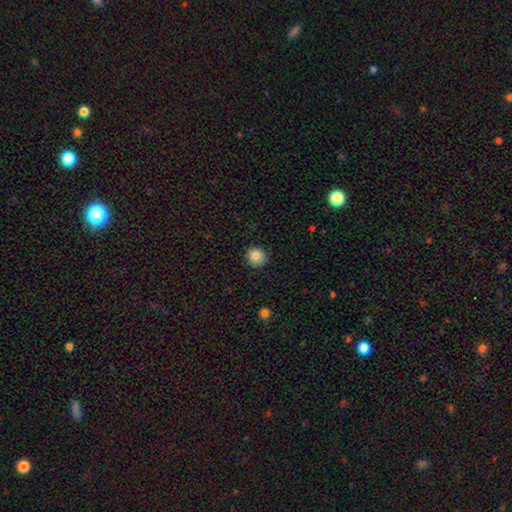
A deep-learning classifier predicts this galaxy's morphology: Smooth or featured?
  - smooth: 84% *
  - star or artifact: 10%
  - featured or disk: 7%
How rounded?
  - round: 91% *
  - in between: 8%
  - cigar-shaped: 1%
Merging?
  - none: 89% *
  - minor disturbance: 8%
  - major disturbance: 2%
  - merger: 1%